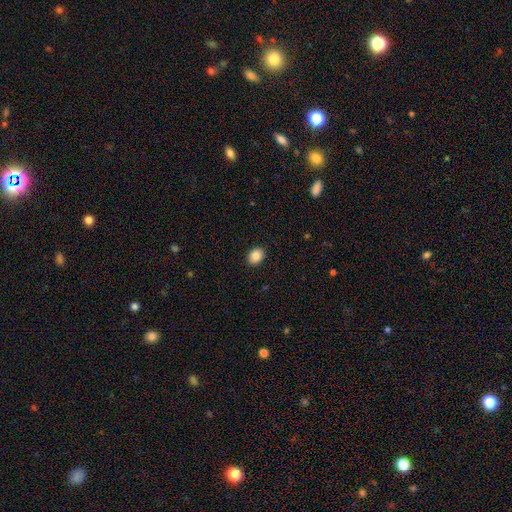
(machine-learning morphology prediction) Q: Smooth or featured?
A: smooth (86%); runner-up: star or artifact (8%)
Q: How rounded?
A: in between (60%); runner-up: round (39%)
Q: Merging?
A: none (90%); runner-up: minor disturbance (7%)